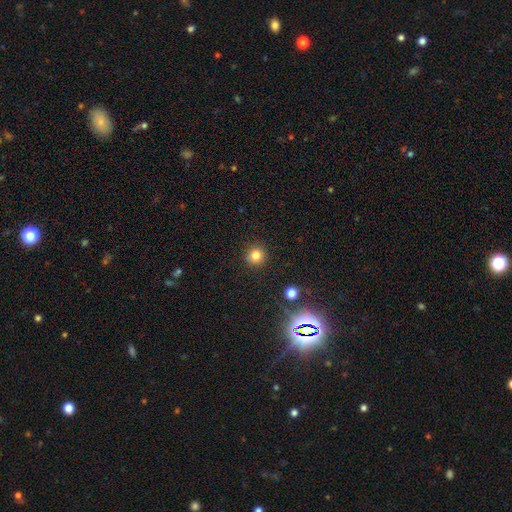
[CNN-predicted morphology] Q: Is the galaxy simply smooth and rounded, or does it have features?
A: smooth — 80%.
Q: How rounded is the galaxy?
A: round — 92%.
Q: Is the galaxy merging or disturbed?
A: none — 90%.